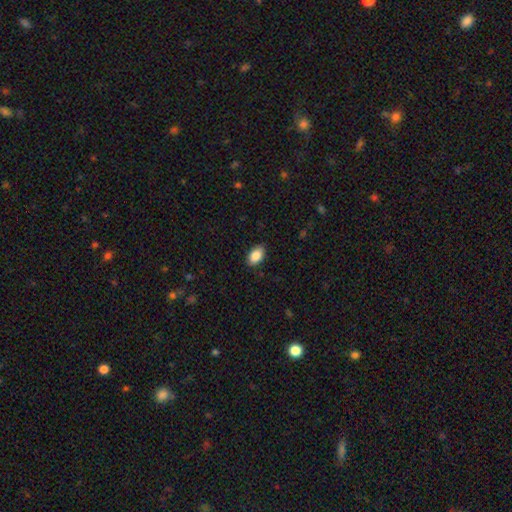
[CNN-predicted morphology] This appears to be a smooth galaxy with no disk features (87%) that is in between round and cigar-shaped (91%). Merging: none (87%).